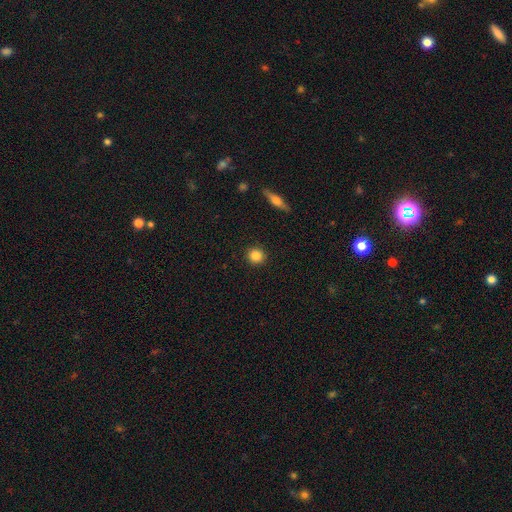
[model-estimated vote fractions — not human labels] Smooth or featured? smooth (84%)
How rounded? round (92%)
Merging? none (92%)